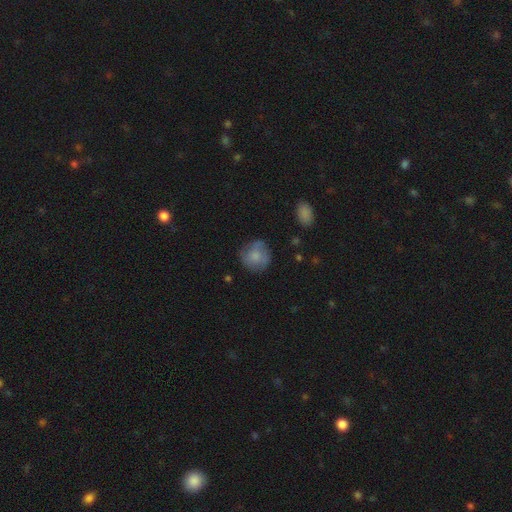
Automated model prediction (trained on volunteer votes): Smooth or featured: smooth — 73% (featured or disk — 19%)
How rounded: round — 88% (in between — 11%)
Merging: none — 71% (minor disturbance — 21%)